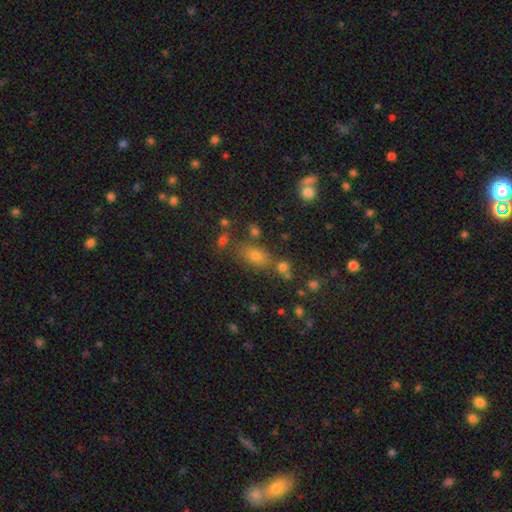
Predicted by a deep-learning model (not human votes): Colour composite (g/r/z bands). It shows a smooth galaxy with no disk features (61%) that is in between round and cigar-shaped (68%). Merging: none (70%).